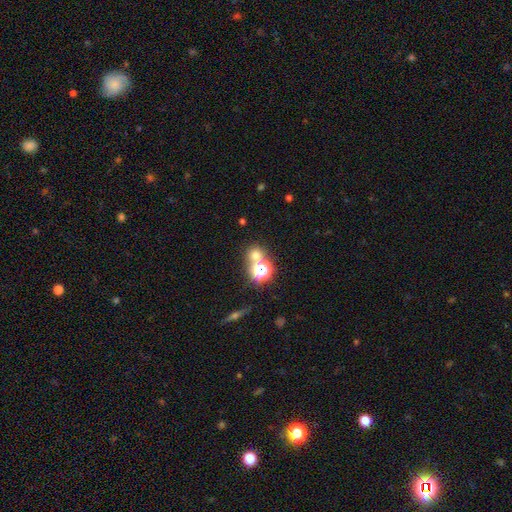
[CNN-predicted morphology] Overall: smooth (60%; star or artifact 31%). How rounded: round (88%). Merging: none (66%).